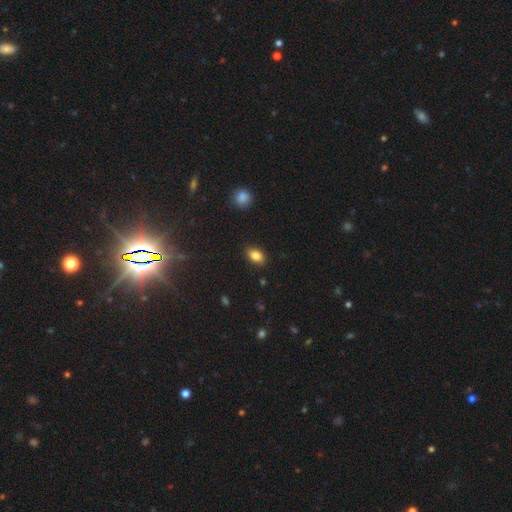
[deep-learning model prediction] A smooth galaxy with no disk features (84%) that is in between round and cigar-shaped (87%). Merging: none (87%).